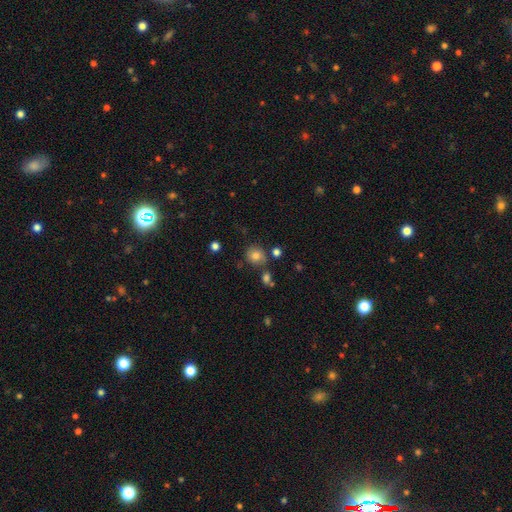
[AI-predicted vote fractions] The model was most divided on "how rounded": round: 79%, in between: 20%, cigar-shaped: 1%. More confident: smooth or featured — smooth (79%); merging — none (75%).